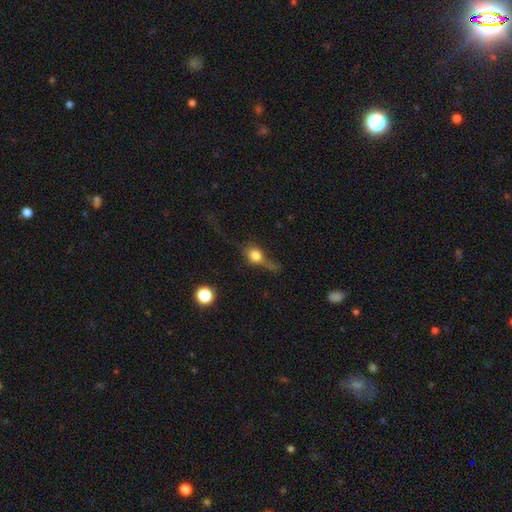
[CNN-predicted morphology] Smooth or featured? smooth (63%)
How rounded? round (59%)
Merging? major disturbance (38%)